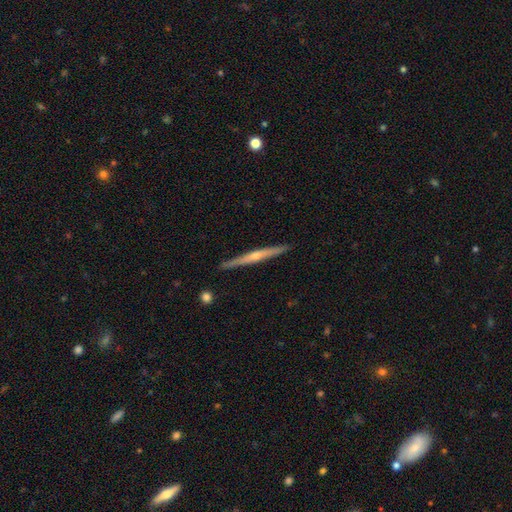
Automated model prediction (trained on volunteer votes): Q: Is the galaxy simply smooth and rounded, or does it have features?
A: featured or disk — 72%.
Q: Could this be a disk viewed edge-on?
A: yes — 98%.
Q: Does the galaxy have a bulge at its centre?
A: rounded — 74%.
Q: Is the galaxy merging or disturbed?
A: none — 91%.